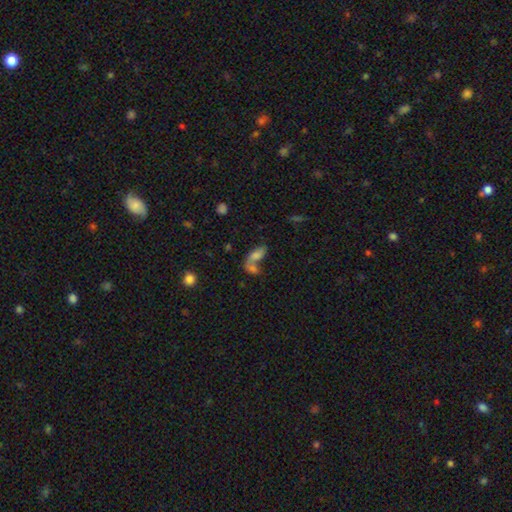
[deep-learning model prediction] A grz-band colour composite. It shows a smooth galaxy with no disk features (69%) that is in between round and cigar-shaped (80%). Merging: merger (58%).